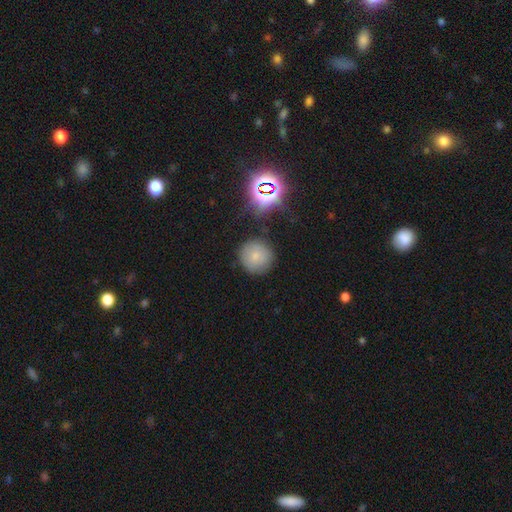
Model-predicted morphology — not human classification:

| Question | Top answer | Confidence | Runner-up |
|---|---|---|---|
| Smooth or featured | smooth | 74% | star or artifact (15%) |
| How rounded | round | 94% | in between (5%) |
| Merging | none | 81% | minor disturbance (11%) |